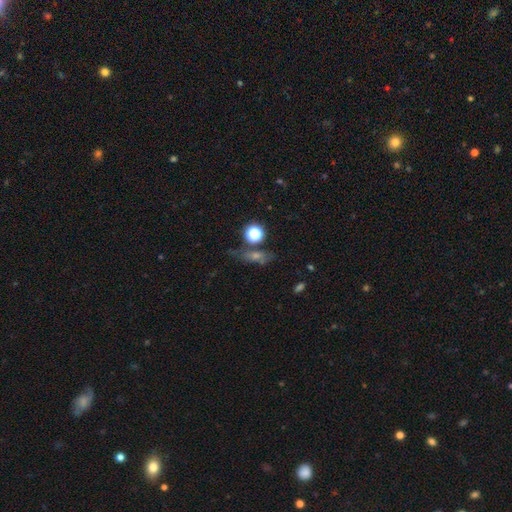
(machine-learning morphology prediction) smooth 38%, star or artifact 37%, featured or disk 25%. Down the decision tree: merging — none (60%).